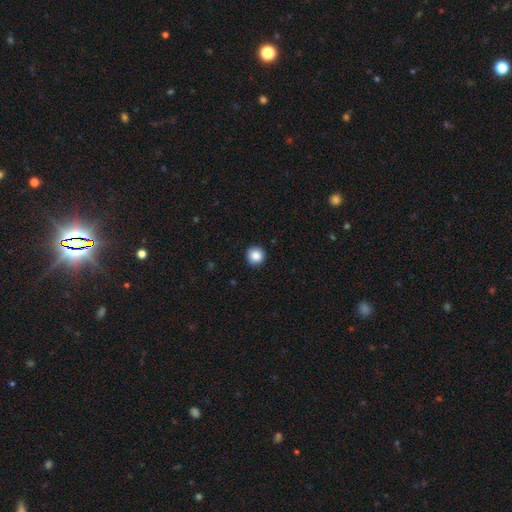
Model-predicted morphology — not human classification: Smooth or featured: smooth — 87% (star or artifact — 9%)
How rounded: round — 95% (in between — 4%)
Merging: none — 92% (minor disturbance — 6%)